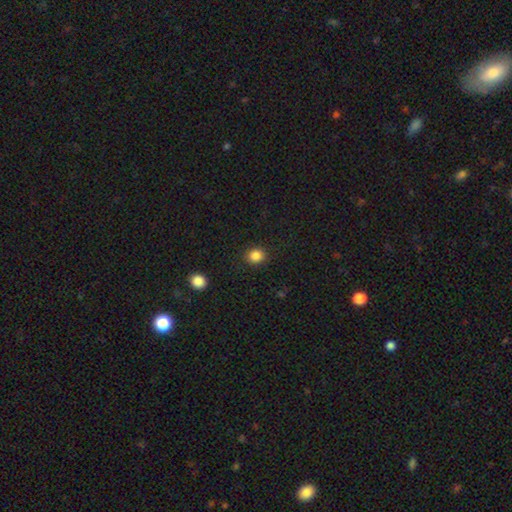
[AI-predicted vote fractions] smooth 86%, star or artifact 11%, featured or disk 4%. Down the decision tree: how rounded — round (77%); merging — none (90%).